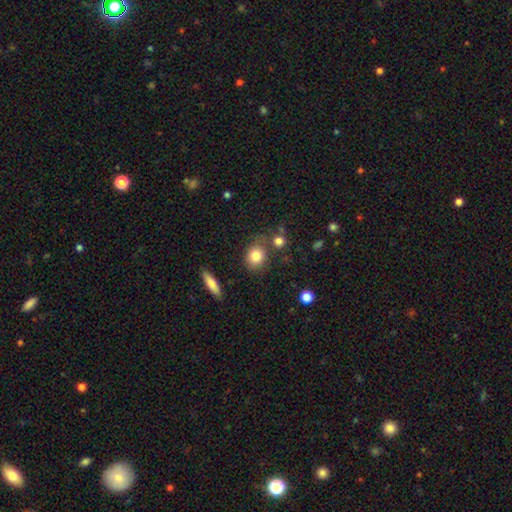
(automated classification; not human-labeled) Smooth or featured? smooth (82%)
How rounded? round (66%)
Merging? none (69%)